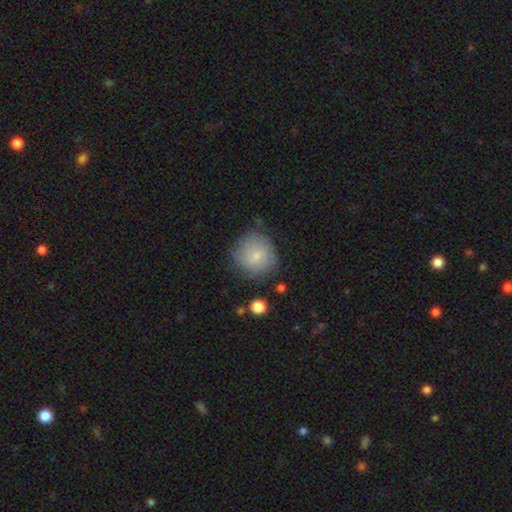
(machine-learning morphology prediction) A smooth galaxy with no disk features (78%) that is round (91%).

Vote fractions:
- Smooth or featured? smooth: 78% / featured or disk: 14% / star or artifact: 8%
- How rounded? round: 91% / in between: 8% / cigar-shaped: 1%
- Merging? none: 76% / minor disturbance: 17% / major disturbance: 5% / merger: 2%